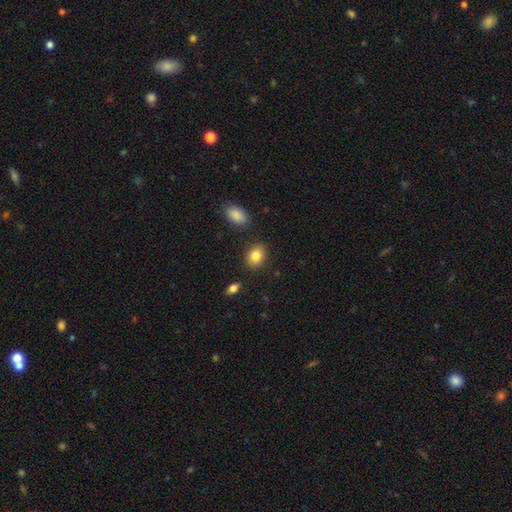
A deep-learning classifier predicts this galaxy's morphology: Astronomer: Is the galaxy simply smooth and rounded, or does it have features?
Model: smooth — 85%.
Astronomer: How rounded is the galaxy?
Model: in between — 54% (runner-up: round, 45%).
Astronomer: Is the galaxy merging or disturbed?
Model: none — 86%.